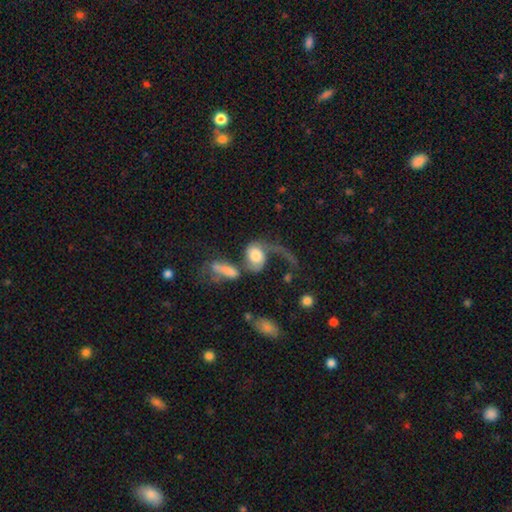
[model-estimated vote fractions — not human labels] A featured or disk galaxy (49%). Merging: major disturbance (37%).